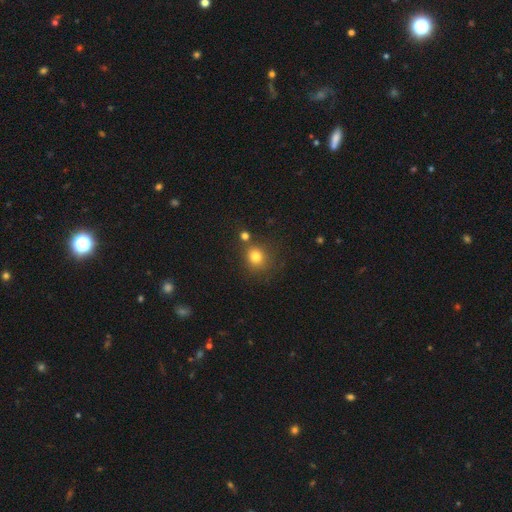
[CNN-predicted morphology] smooth_or_featured: smooth (p=0.79) [alt: star or artifact p=0.14]
how_rounded: round (p=0.82) [alt: in between p=0.17]
merging: none (p=0.71) [alt: merger p=0.14]